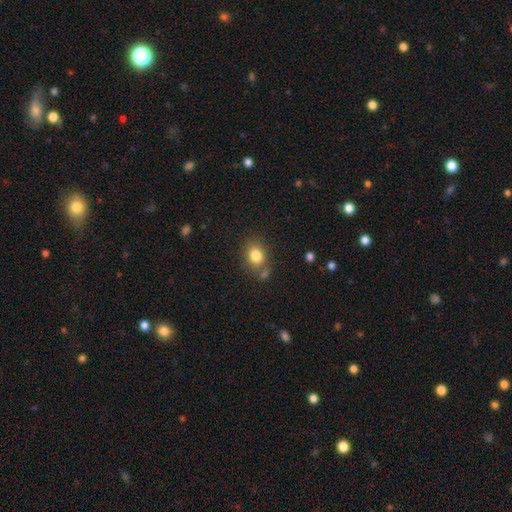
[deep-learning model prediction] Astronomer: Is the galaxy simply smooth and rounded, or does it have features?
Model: smooth — 82%.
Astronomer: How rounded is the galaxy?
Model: round — 53% (runner-up: in between, 46%).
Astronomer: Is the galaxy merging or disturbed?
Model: none — 69%.